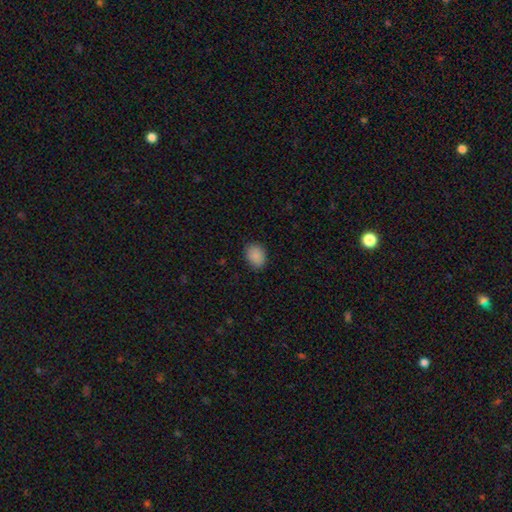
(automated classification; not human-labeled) This appears to be a smooth galaxy with no disk features (88%) that is in between round and cigar-shaped (63%). Merging: none (84%).